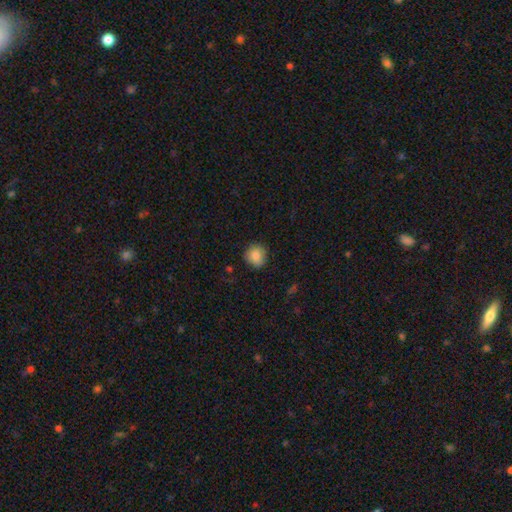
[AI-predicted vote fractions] This appears to be a smooth galaxy with no disk features (84%) that is round (90%). Merging: none (85%).